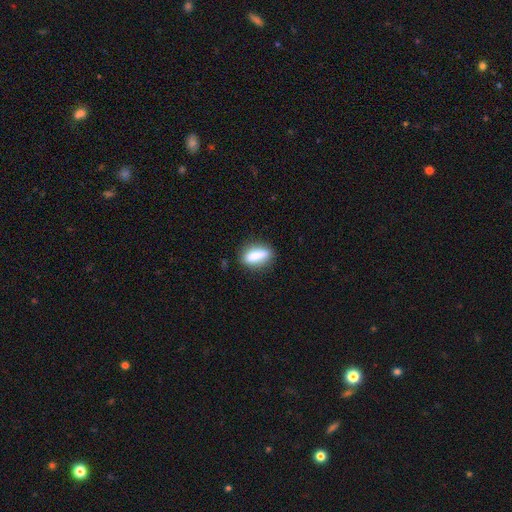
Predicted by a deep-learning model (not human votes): This is likely a smooth galaxy (72%). How rounded: possibly in between (52%). Merging: clearly none (81%).